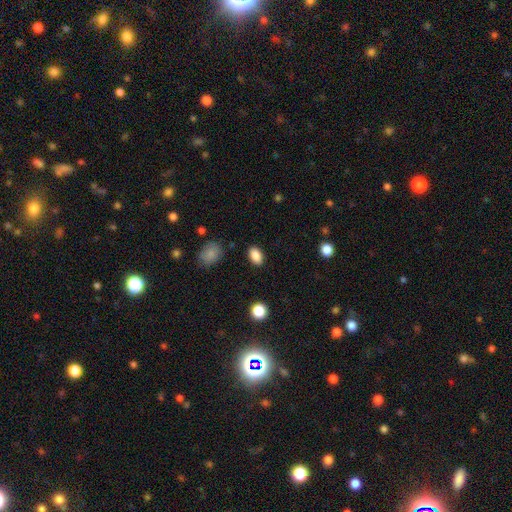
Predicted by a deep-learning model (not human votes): Smooth or featured? Predicted: smooth (p=0.87). How rounded? Predicted: in between (p=0.90). Merging? Predicted: none (p=0.88).